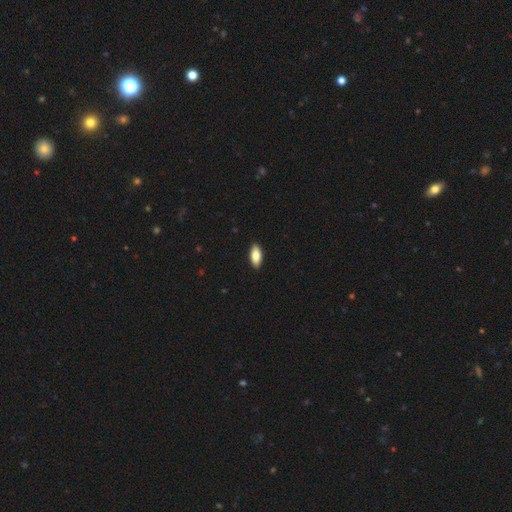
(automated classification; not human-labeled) Overall: smooth (83%). How rounded: in between (83%). Merging: none (90%).